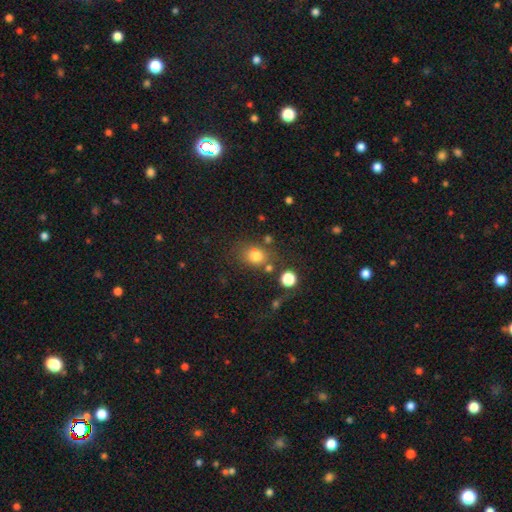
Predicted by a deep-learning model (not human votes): smooth_or_featured: smooth (p=0.78) [alt: star or artifact p=0.14]
how_rounded: round (p=0.56) [alt: in between p=0.43]
merging: none (p=0.66) [alt: minor disturbance p=0.16]